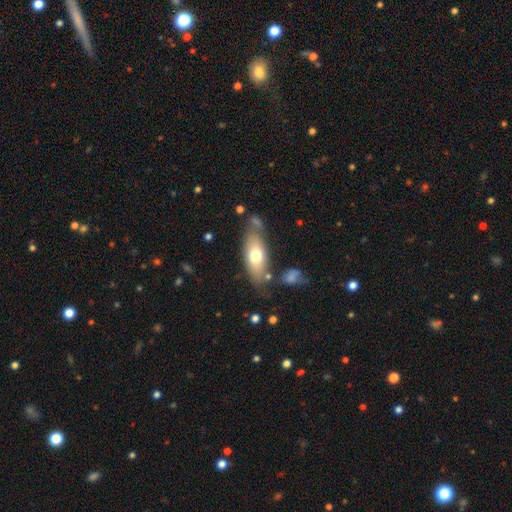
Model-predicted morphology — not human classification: Q: Smooth or featured?
A: smooth (68%); runner-up: featured or disk (26%)
Q: How rounded?
A: in between (78%); runner-up: cigar-shaped (19%)
Q: Merging?
A: none (65%); runner-up: minor disturbance (19%)